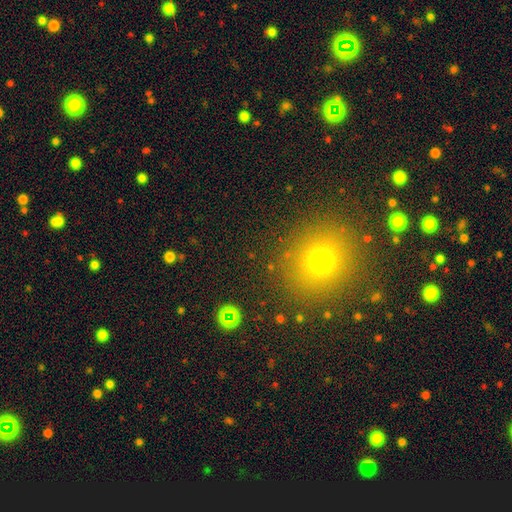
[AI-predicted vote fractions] This appears to be a smooth galaxy with no disk features (59%) that is round (88%). Merging: none (90%).